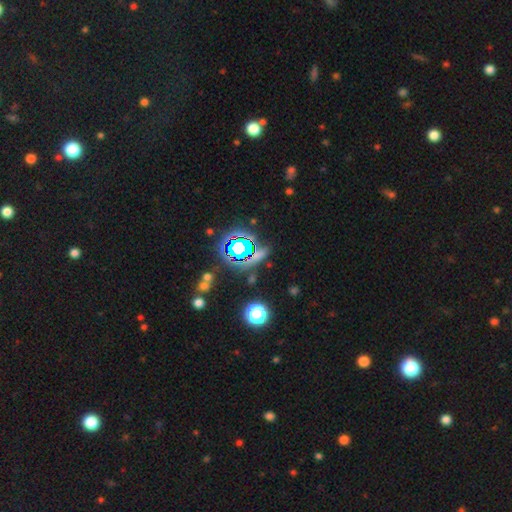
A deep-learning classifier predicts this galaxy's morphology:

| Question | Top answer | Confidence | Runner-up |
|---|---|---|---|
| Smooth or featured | star or artifact | 58% | smooth (29%) |